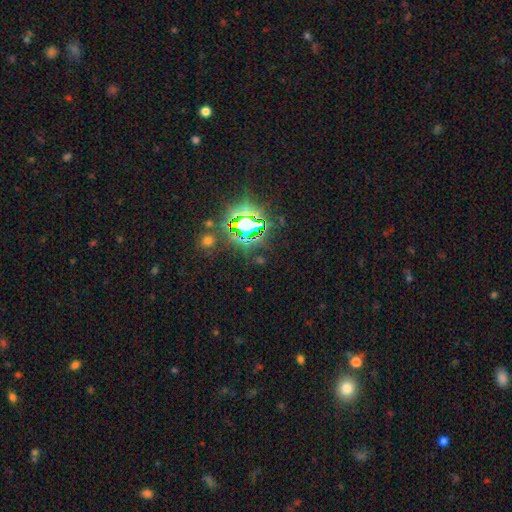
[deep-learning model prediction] A star or artifact, not a galaxy (80%).